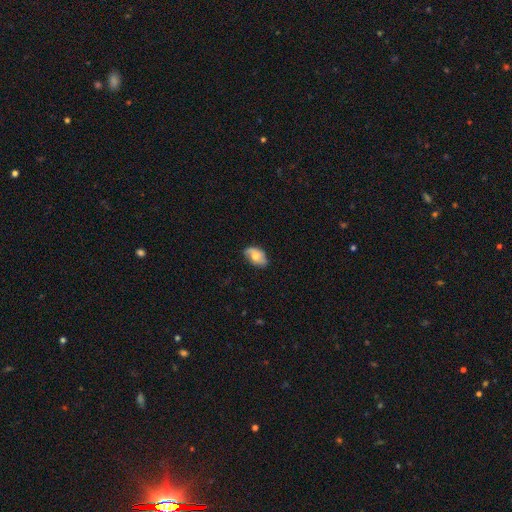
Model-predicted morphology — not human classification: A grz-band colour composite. It shows a smooth galaxy with no disk features (51%) that is in between round and cigar-shaped (89%). Merging: none (68%).